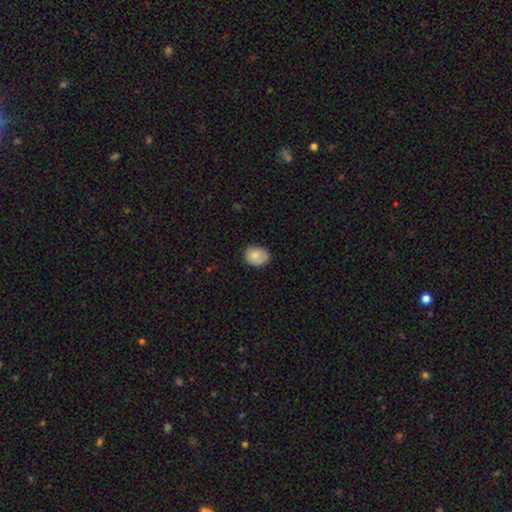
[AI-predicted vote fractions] smooth_or_featured: smooth (p=0.79) [alt: featured or disk p=0.13]
how_rounded: in between (p=0.53) [alt: round p=0.47]
merging: none (p=0.74) [alt: minor disturbance p=0.21]